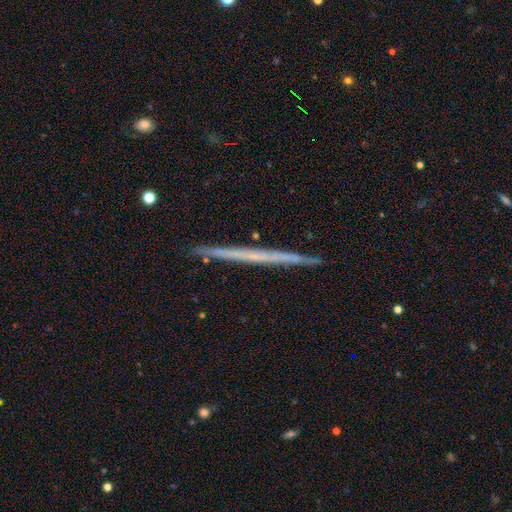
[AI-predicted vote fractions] Smooth or featured? Predicted: featured or disk (p=0.57). Edge-on disk? Predicted: yes (p=0.98). Edge-on bulge? Predicted: none (p=0.93). Merging? Predicted: none (p=0.92).